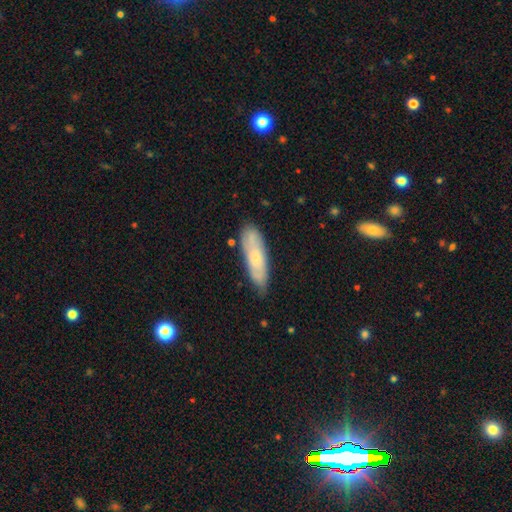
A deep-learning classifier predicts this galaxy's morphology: smooth-or-featured: smooth: 60% | featured or disk: 33% | star or artifact: 7%
  how-rounded: cigar-shaped: 55% | in between: 43% | round: 2%
  merging: none: 78% | minor disturbance: 17% | major disturbance: 3% | merger: 2%